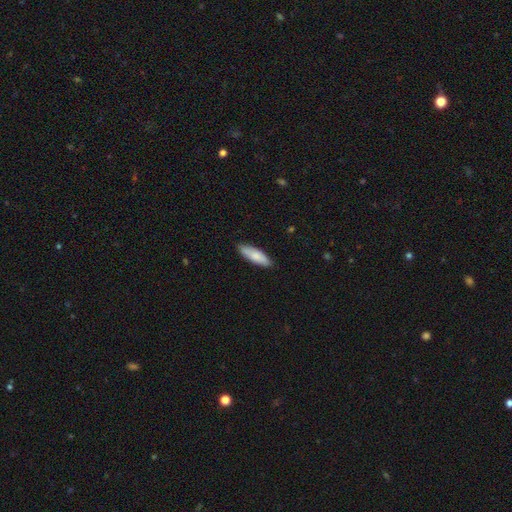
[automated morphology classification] Q: Smooth or featured?
A: smooth (82%); runner-up: featured or disk (13%)
Q: How rounded?
A: in between (53%); runner-up: cigar-shaped (45%)
Q: Merging?
A: none (86%); runner-up: minor disturbance (11%)